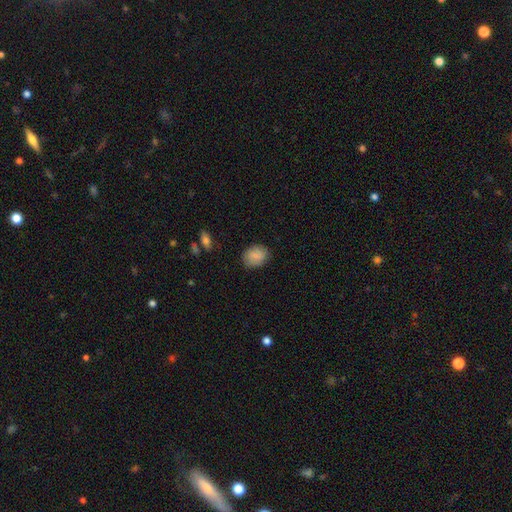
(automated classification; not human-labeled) Overall: smooth (85%). How rounded: in between (57%; round 42%). Merging: none (82%).